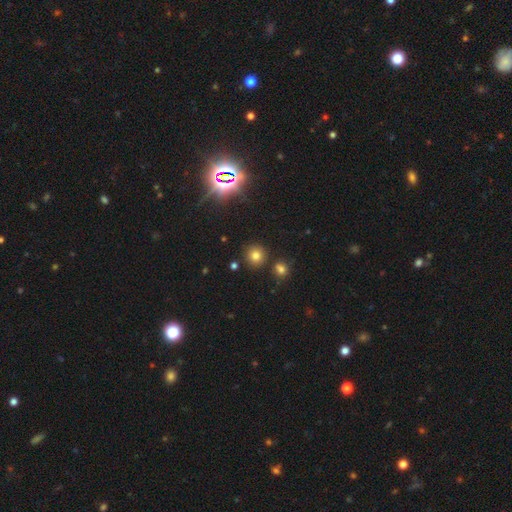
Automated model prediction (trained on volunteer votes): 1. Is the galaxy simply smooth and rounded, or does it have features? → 75% smooth, 18% star or artifact, 7% featured or disk.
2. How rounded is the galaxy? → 91% round, 8% in between, 1% cigar-shaped.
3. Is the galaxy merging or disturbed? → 82% none, 7% minor disturbance, 7% merger, 3% major disturbance.